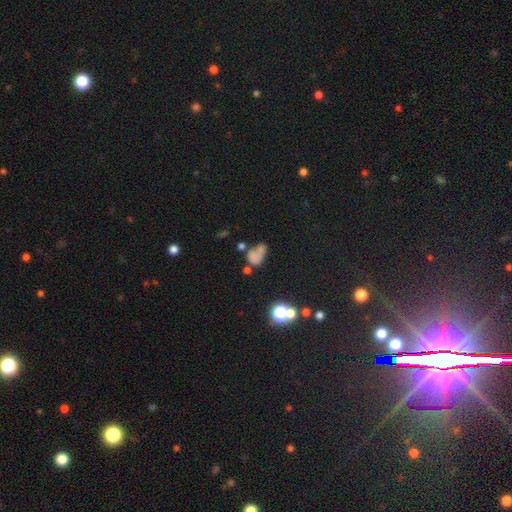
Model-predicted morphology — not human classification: smooth_or_featured: smooth (p=0.58) [alt: featured or disk p=0.22]
how_rounded: in between (p=0.77) [alt: round p=0.21]
merging: none (p=0.29) [alt: major disturbance p=0.27]